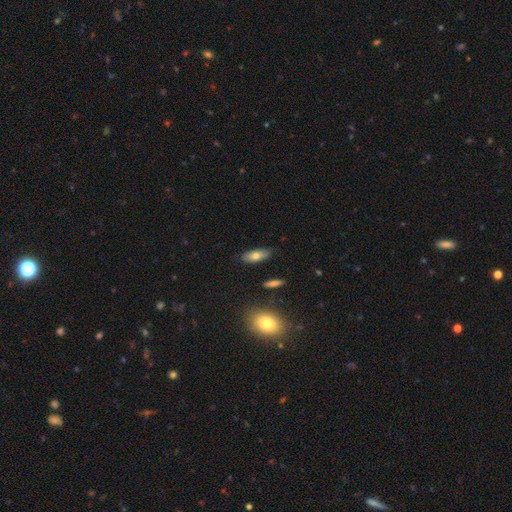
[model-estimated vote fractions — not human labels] A smooth galaxy with no disk features (72%) that is in between round and cigar-shaped (73%).

Vote fractions:
- Smooth or featured? smooth: 72% / featured or disk: 20% / star or artifact: 8%
- How rounded? in between: 73% / cigar-shaped: 24% / round: 3%
- Merging? none: 81% / minor disturbance: 14% / major disturbance: 3% / merger: 2%